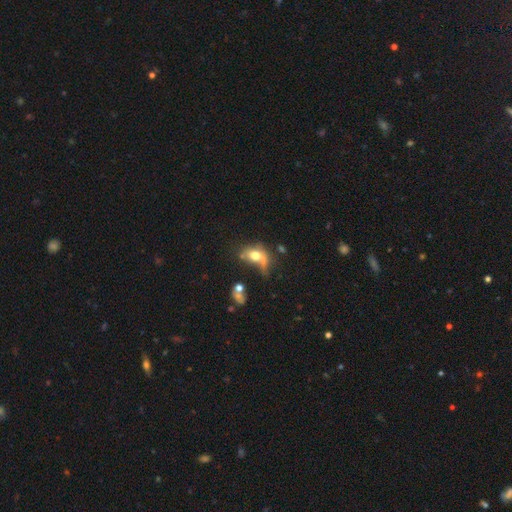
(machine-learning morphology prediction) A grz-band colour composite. It shows a smooth galaxy with no disk features (64%) that is in between round and cigar-shaped (73%). Merging: major disturbance (32%).